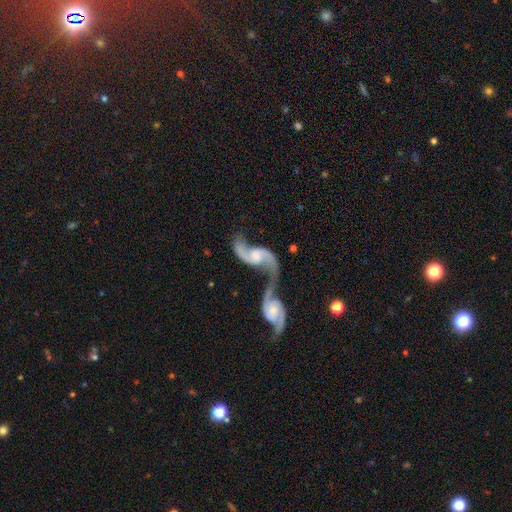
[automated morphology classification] This appears to be a featured or disk galaxy (89%) with a weak bar (45%), 2 (93%) loose (78%) spiral arms (96%) and a moderate central bulge (36%). Merging: merger (73%).